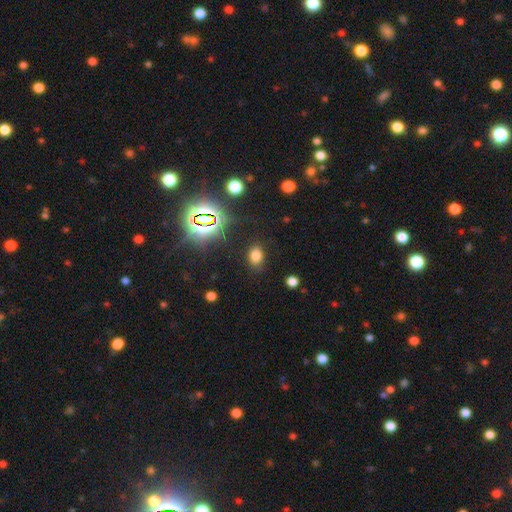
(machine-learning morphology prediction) smooth_or_featured: smooth (p=0.71) [alt: star or artifact p=0.21]
how_rounded: in between (p=0.75) [alt: round p=0.24]
merging: none (p=0.83) [alt: minor disturbance p=0.11]